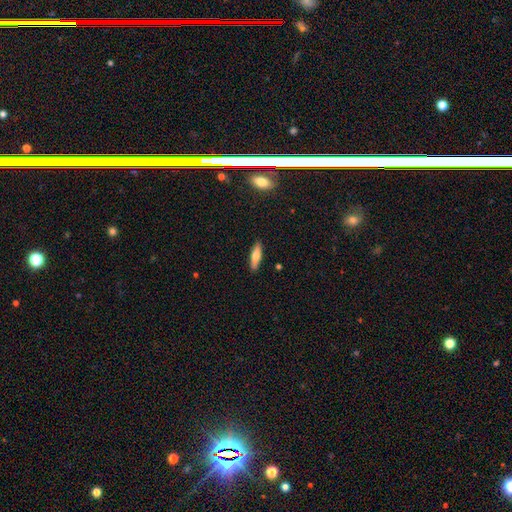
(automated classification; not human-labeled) Smooth or featured?
  - smooth: 67% *
  - featured or disk: 27%
  - star or artifact: 6%
How rounded?
  - cigar-shaped: 59% *
  - in between: 39%
  - round: 2%
Merging?
  - none: 89% *
  - minor disturbance: 8%
  - major disturbance: 2%
  - merger: 1%